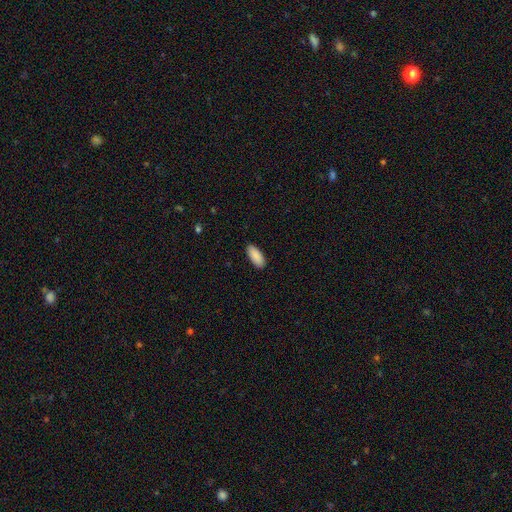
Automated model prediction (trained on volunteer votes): smooth-or-featured: smooth: 91% | star or artifact: 6% | featured or disk: 3%
  how-rounded: in between: 87% | cigar-shaped: 11% | round: 2%
  merging: none: 90% | minor disturbance: 8% | major disturbance: 2% | merger: 1%